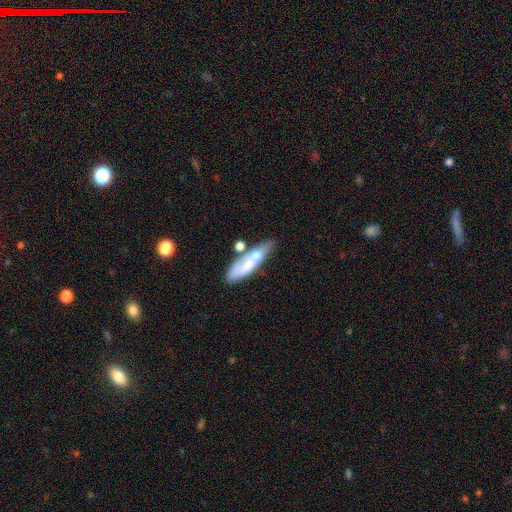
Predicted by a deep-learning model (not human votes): smooth 54%, featured or disk 38%, star or artifact 8%. Down the decision tree: how rounded — cigar-shaped (55%); merging — none (43%).